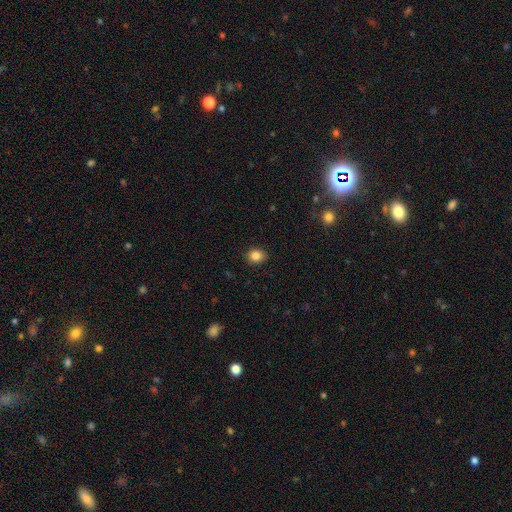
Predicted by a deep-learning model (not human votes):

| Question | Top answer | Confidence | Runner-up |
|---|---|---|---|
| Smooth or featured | smooth | 85% | star or artifact (10%) |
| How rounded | round | 66% | in between (33%) |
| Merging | none | 88% | minor disturbance (9%) |